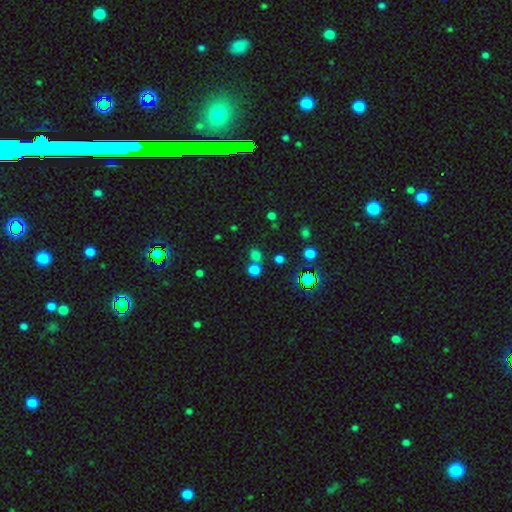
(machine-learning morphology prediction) type=smooth (63%); roundness=round (69%); merging=none (60%).